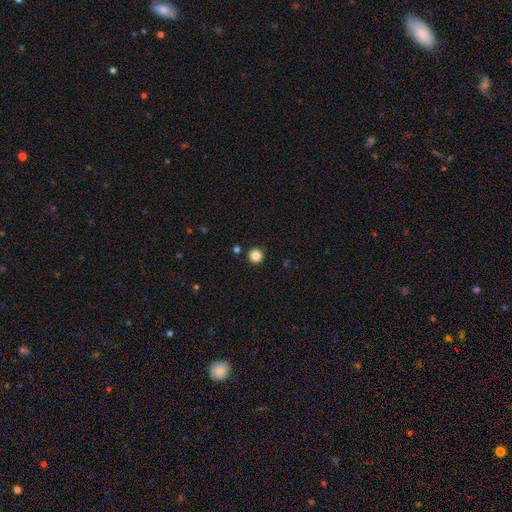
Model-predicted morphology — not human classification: A smooth galaxy with no disk features (85%) that is round (96%).

Vote fractions:
- Smooth or featured? smooth: 85% / star or artifact: 11% / featured or disk: 4%
- How rounded? round: 96% / in between: 3% / cigar-shaped: 1%
- Merging? none: 92% / minor disturbance: 4% / merger: 2% / major disturbance: 2%